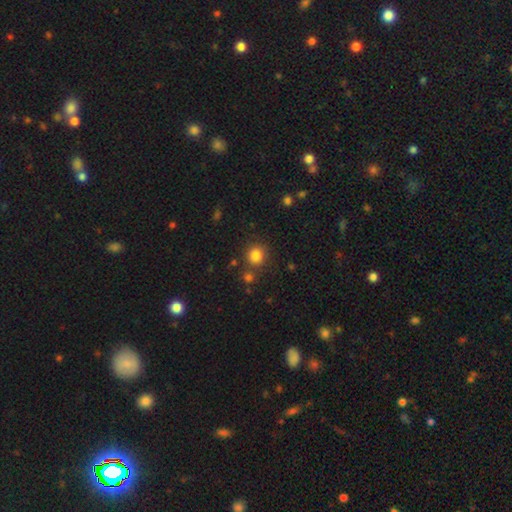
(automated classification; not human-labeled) Smooth or featured?
  - smooth: 83% *
  - star or artifact: 12%
  - featured or disk: 5%
How rounded?
  - round: 90% *
  - in between: 9%
  - cigar-shaped: 1%
Merging?
  - none: 80% *
  - merger: 8%
  - minor disturbance: 8%
  - major disturbance: 3%